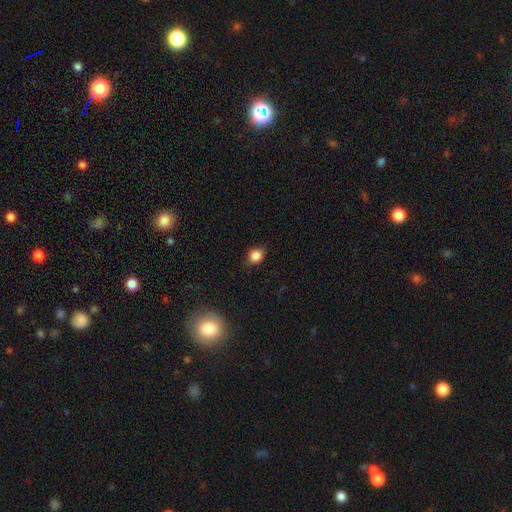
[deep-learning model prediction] smooth 85%, star or artifact 11%, featured or disk 4%. Down the decision tree: how rounded — round (69%); merging — none (84%).